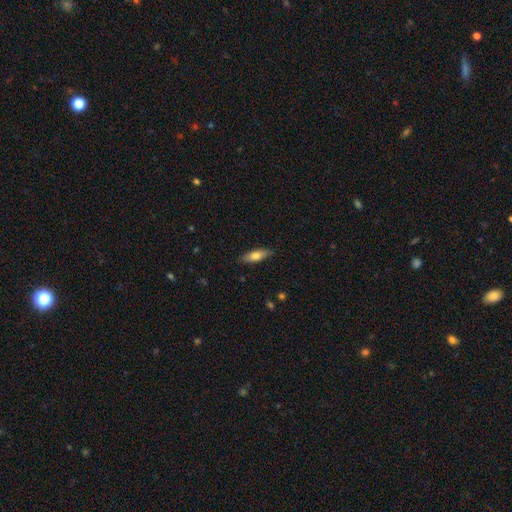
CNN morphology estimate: Smooth or featured?
  - smooth: 66% *
  - featured or disk: 28%
  - star or artifact: 6%
How rounded?
  - in between: 51% *
  - cigar-shaped: 47%
  - round: 2%
Merging?
  - none: 84% *
  - minor disturbance: 13%
  - major disturbance: 2%
  - merger: 1%